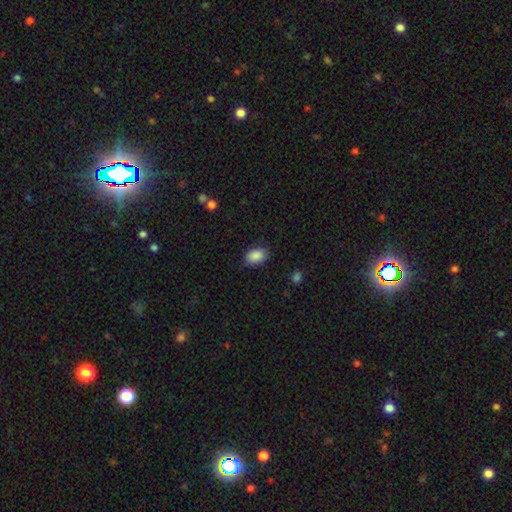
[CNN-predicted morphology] smooth-or-featured: smooth: 89% | star or artifact: 7% | featured or disk: 4%
  how-rounded: in between: 87% | round: 12% | cigar-shaped: 1%
  merging: none: 81% | minor disturbance: 14% | major disturbance: 3% | merger: 1%